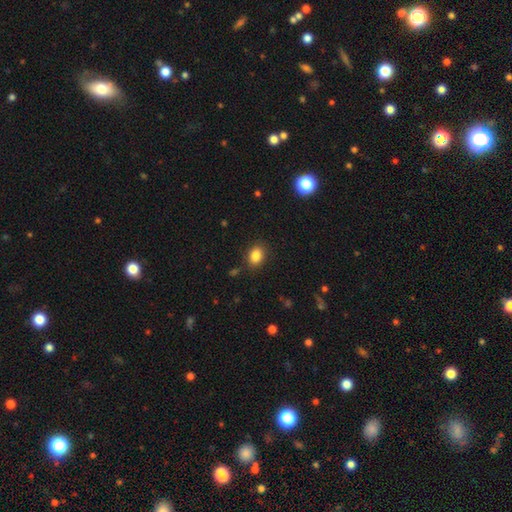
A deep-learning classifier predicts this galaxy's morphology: smooth_or_featured: smooth (p=0.85) [alt: star or artifact p=0.10]
how_rounded: in between (p=0.65) [alt: round p=0.34]
merging: none (p=0.85) [alt: minor disturbance p=0.10]